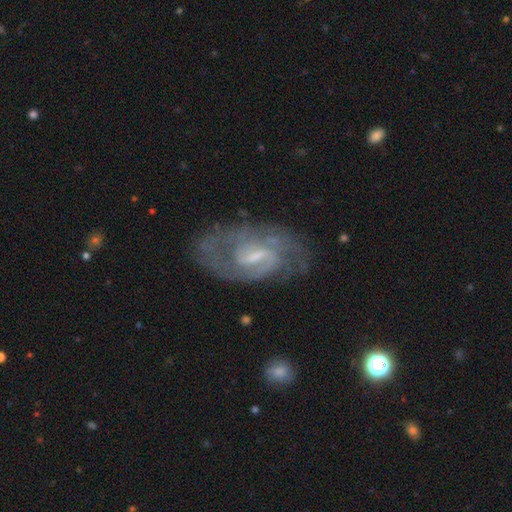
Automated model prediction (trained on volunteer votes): This is clearly a featured or disk galaxy (83%). It is clearly not viewed edge-on (96%). Bar: possibly weak (57%). Spiral arm pattern: clearly yes (90%). Spiral arm count: possibly 2 (47%). Spiral winding: marginally medium (44%). Central bulge: marginally small (44%). Merging: likely none (63%).